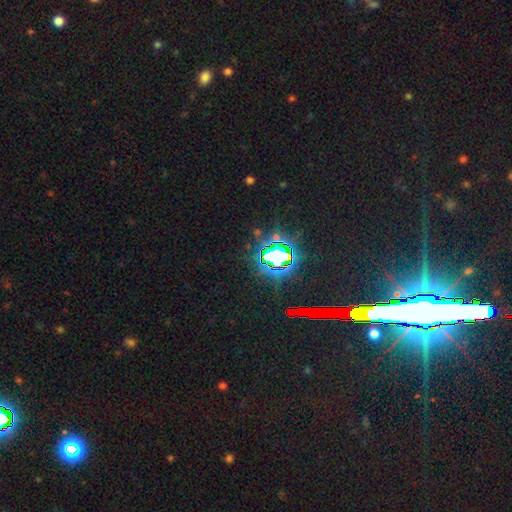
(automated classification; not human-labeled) A star or artifact, not a galaxy (80%).